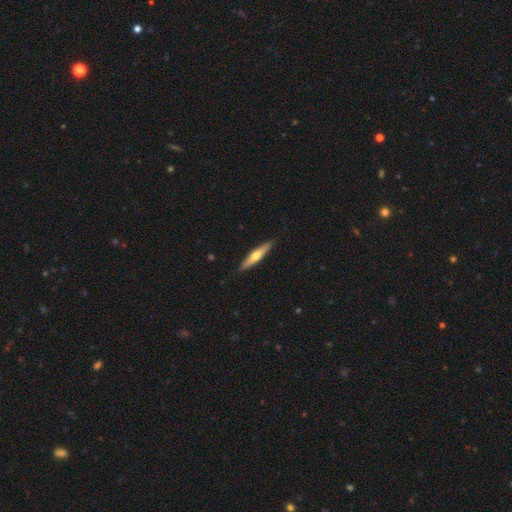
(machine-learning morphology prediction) type=featured or disk (48%); merging=none (90%).